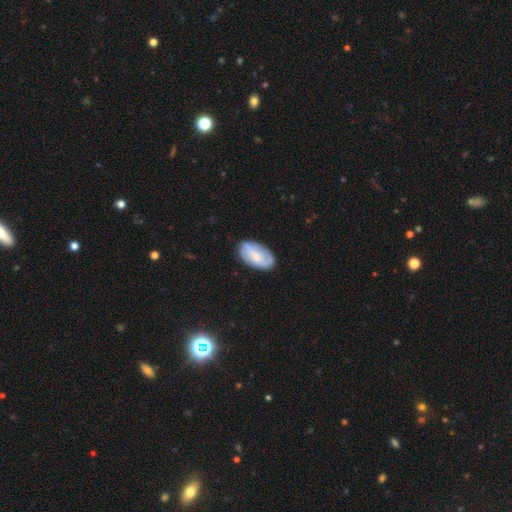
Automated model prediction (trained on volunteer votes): Q: Smooth or featured?
A: smooth (61%); runner-up: featured or disk (33%)
Q: How rounded?
A: in between (94%); runner-up: round (4%)
Q: Merging?
A: none (79%); runner-up: minor disturbance (16%)